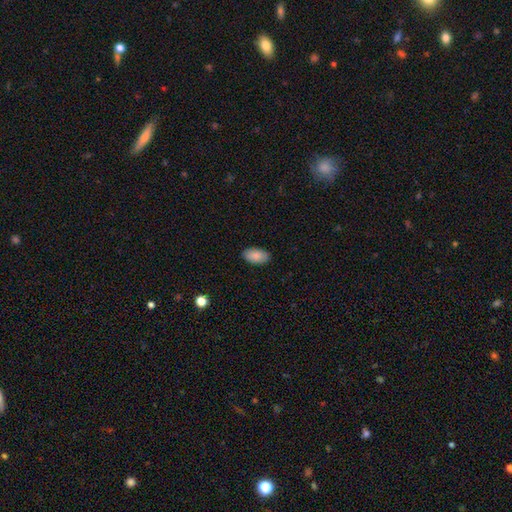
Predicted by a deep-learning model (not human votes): Q: Smooth or featured?
A: smooth (88%); runner-up: star or artifact (7%)
Q: How rounded?
A: in between (95%); runner-up: round (3%)
Q: Merging?
A: none (88%); runner-up: minor disturbance (9%)